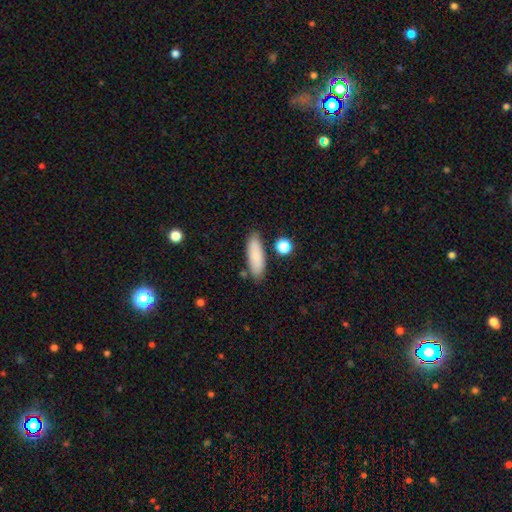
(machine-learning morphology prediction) Q: Smooth or featured?
A: smooth (84%); runner-up: featured or disk (9%)
Q: How rounded?
A: in between (56%); runner-up: cigar-shaped (42%)
Q: Merging?
A: none (82%); runner-up: minor disturbance (11%)